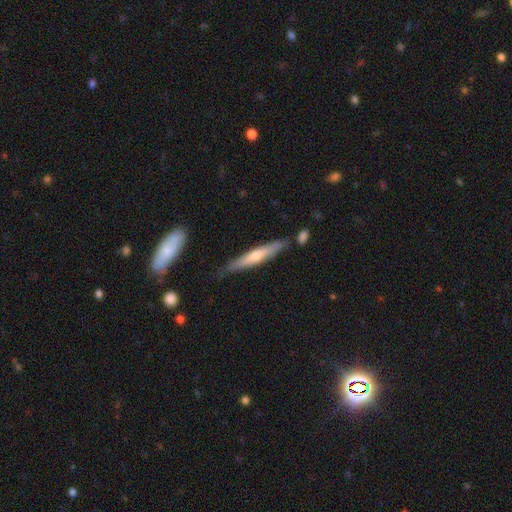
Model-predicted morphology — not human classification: Smooth or featured? featured or disk (50%)
Merging? none (77%)